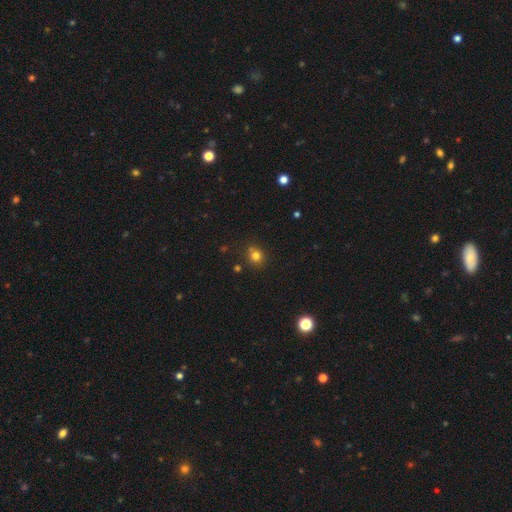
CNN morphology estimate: This appears to be a smooth galaxy with no disk features (78%) that is round (84%). Merging: none (77%).